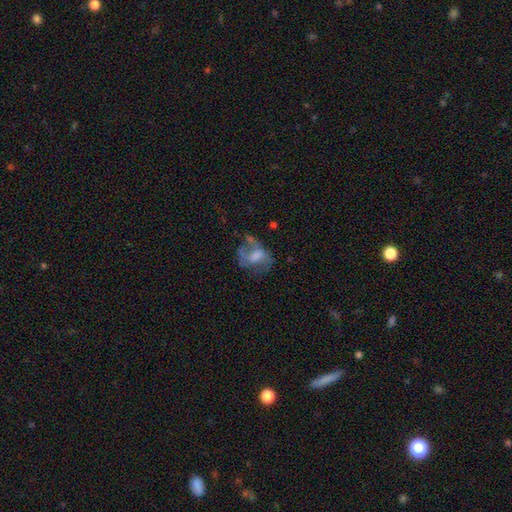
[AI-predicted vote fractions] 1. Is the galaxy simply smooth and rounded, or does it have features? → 56% featured or disk, 33% smooth, 11% star or artifact.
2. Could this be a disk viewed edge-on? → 97% no, 3% yes.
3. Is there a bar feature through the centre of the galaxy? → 56% no, 34% weak, 10% strong.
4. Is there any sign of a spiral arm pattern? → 51% yes, 49% no.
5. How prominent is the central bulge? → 39% moderate, 21% none, 20% small, 18% large, 2% dominant.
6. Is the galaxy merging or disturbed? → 41% none, 29% major disturbance, 22% minor disturbance, 7% merger.